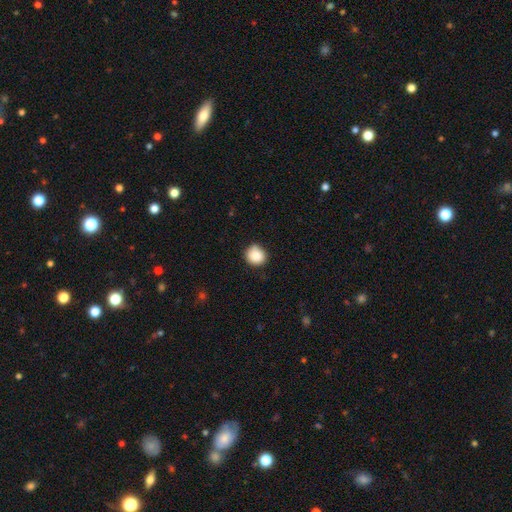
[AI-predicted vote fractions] This appears to be a smooth galaxy with no disk features (86%) that is round (87%). Merging: none (76%).